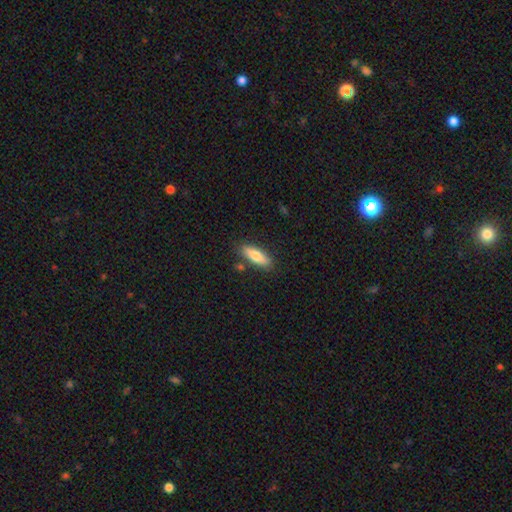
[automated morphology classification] The model was most divided on "how rounded": in between: 51%, cigar-shaped: 47%, round: 2%. More confident: merging — none (83%); smooth or featured — smooth (77%).